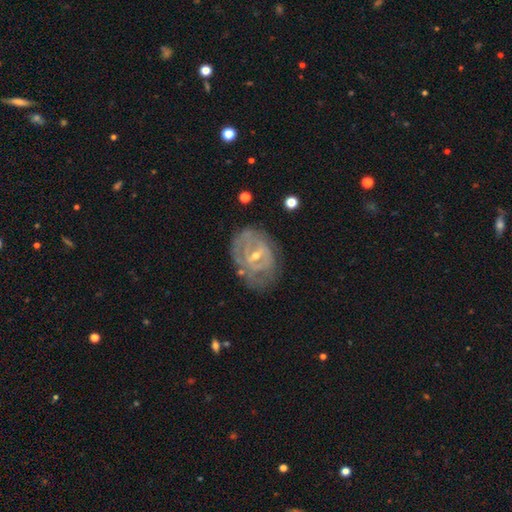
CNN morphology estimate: A featured or disk galaxy (78%) with a weak bar (49%), tight (60%) spiral arms (68%) and a small central bulge (60%).

Vote fractions:
- Smooth or featured? featured or disk: 78% / smooth: 14% / star or artifact: 8%
- Edge-on disk? no: 96% / yes: 4%
- Bar? weak: 49% / no: 25% / strong: 25%
- Spiral arms? yes: 68% / no: 32%
- Spiral winding? tight: 60% / medium: 29% / loose: 11%
- Spiral arm count? can't tell: 49% / 2: 31% / 3: 8% / 1: 6% / 4: 4% / more than 4: 3%
- Bulge size? small: 60% / moderate: 36% / none: 2% / large: 1% / dominant: 1%
- Merging? none: 62% / minor disturbance: 23% / major disturbance: 13% / merger: 2%